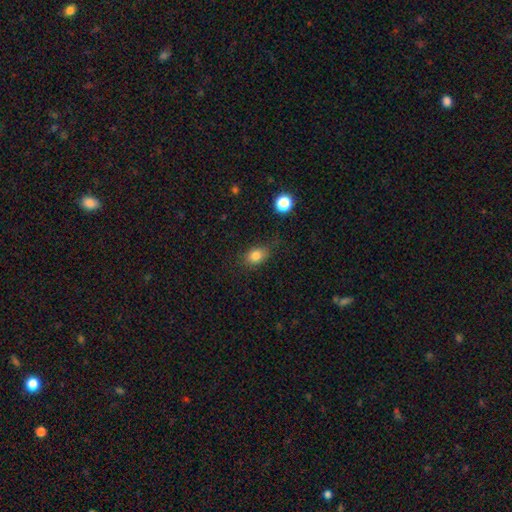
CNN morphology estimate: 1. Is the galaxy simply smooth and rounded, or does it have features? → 81% smooth, 11% star or artifact, 8% featured or disk.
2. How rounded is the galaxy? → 72% in between, 26% round, 2% cigar-shaped.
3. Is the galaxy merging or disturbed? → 77% none, 16% minor disturbance, 4% major disturbance, 2% merger.